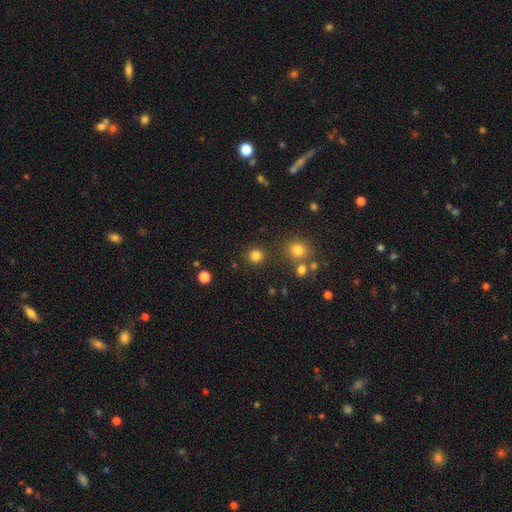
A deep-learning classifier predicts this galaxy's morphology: A smooth galaxy with no disk features (81%) that is round (93%). Merging: none (86%).